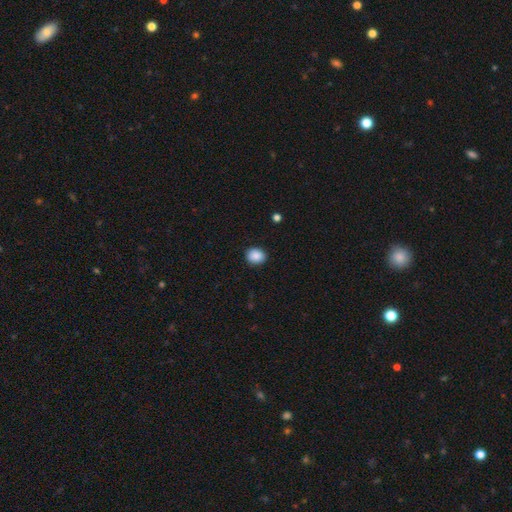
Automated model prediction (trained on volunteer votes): Smooth or featured?
  - smooth: 88% *
  - star or artifact: 8%
  - featured or disk: 3%
How rounded?
  - round: 55% *
  - in between: 44%
  - cigar-shaped: 1%
Merging?
  - none: 89% *
  - minor disturbance: 8%
  - major disturbance: 2%
  - merger: 1%